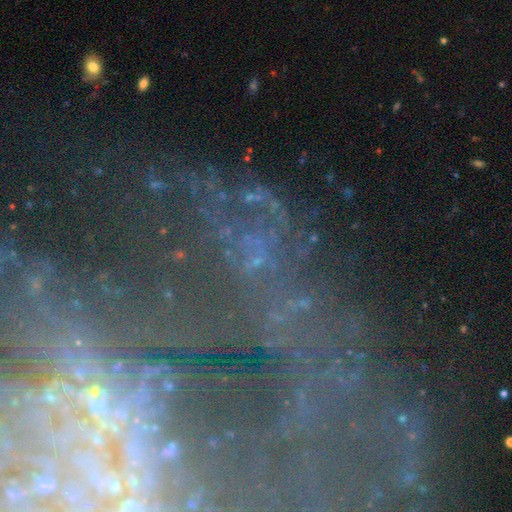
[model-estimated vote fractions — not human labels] Morphology: type=star or artifact (48%).